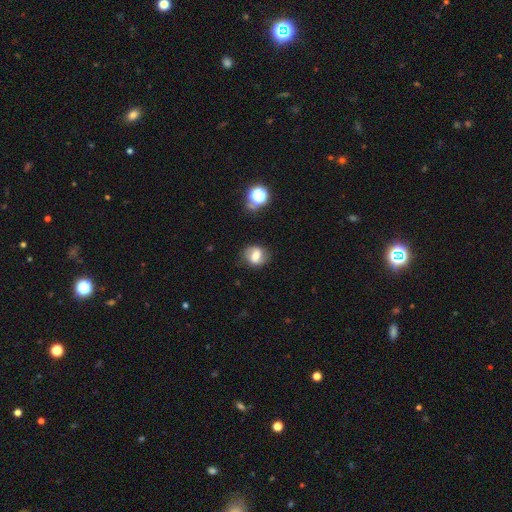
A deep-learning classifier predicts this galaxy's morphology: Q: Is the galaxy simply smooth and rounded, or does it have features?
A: smooth — 52%.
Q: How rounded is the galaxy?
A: round — 57%.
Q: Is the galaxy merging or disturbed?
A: none — 77%.